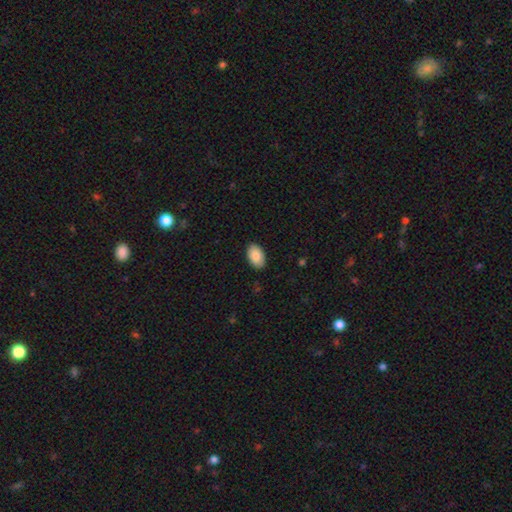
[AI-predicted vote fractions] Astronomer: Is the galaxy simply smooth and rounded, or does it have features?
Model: smooth — 86%.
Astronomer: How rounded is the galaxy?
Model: in between — 93%.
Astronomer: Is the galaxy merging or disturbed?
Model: none — 89%.